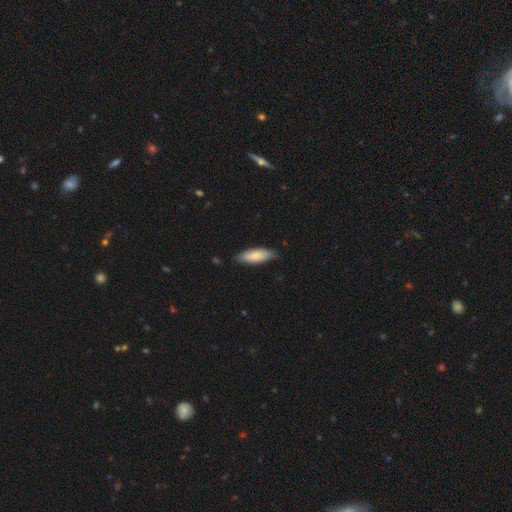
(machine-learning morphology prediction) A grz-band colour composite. It shows a smooth galaxy with no disk features (79%) that is in between round and cigar-shaped (67%). Merging: none (78%).